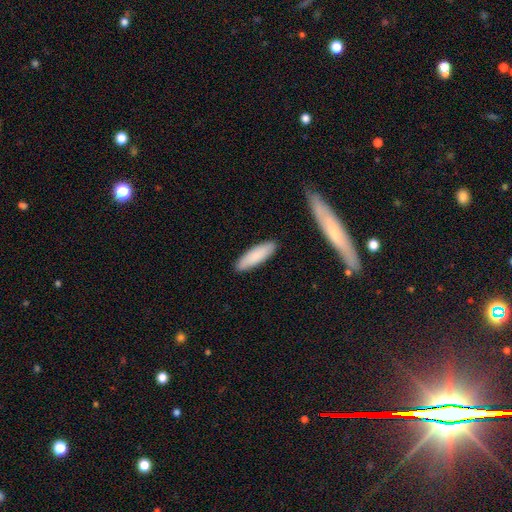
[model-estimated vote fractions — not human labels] This appears to be a smooth galaxy with no disk features (84%) that is cigar-shaped (57%). Merging: none (86%).